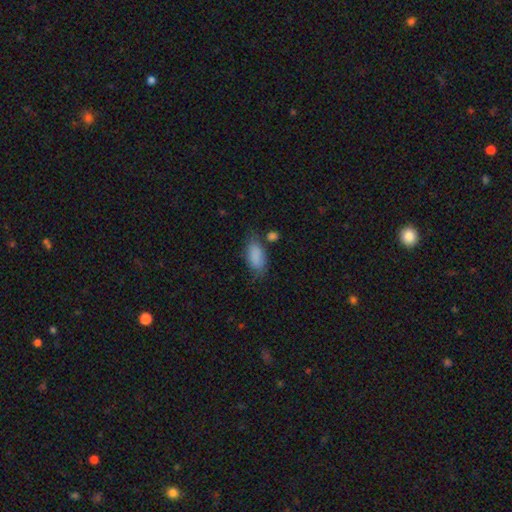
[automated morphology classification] A smooth galaxy with no disk features (85%) that is in between round and cigar-shaped (91%).

Vote fractions:
- Smooth or featured? smooth: 85% / star or artifact: 8% / featured or disk: 7%
- How rounded? in between: 91% / cigar-shaped: 6% / round: 3%
- Merging? none: 61% / minor disturbance: 25% / major disturbance: 8% / merger: 7%